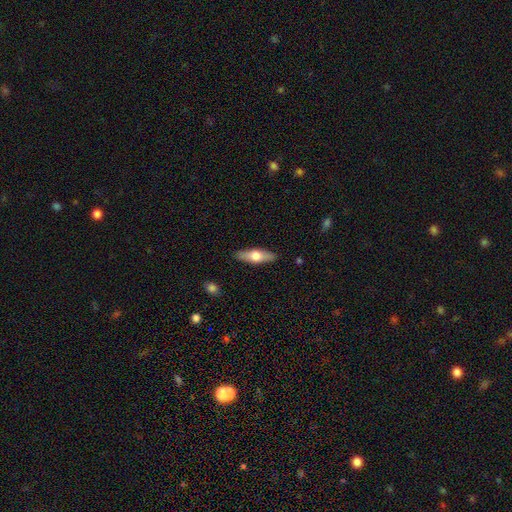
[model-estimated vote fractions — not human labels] smooth_or_featured: smooth (p=0.56) [alt: featured or disk p=0.38]
how_rounded: in between (p=0.51) [alt: cigar-shaped p=0.47]
merging: none (p=0.89) [alt: minor disturbance p=0.08]